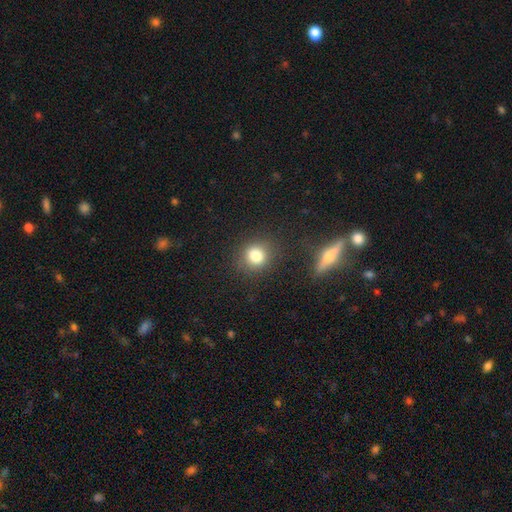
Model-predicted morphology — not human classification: This is clearly a smooth galaxy (81%). How rounded: clearly round (80%). Merging: clearly none (82%).